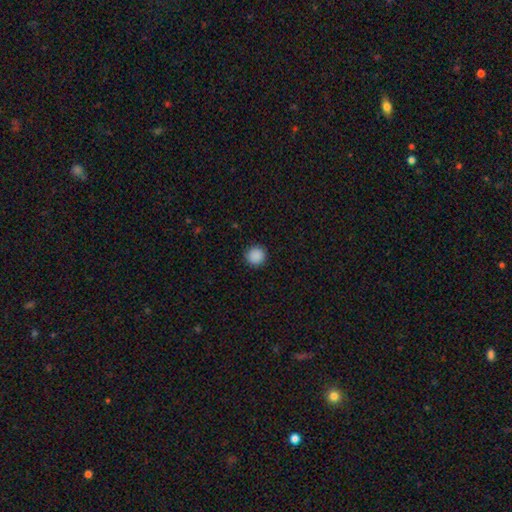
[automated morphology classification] The model was most divided on "smooth or featured": smooth: 89%, star or artifact: 9%, featured or disk: 2%. More confident: how rounded — round (94%); merging — none (92%).